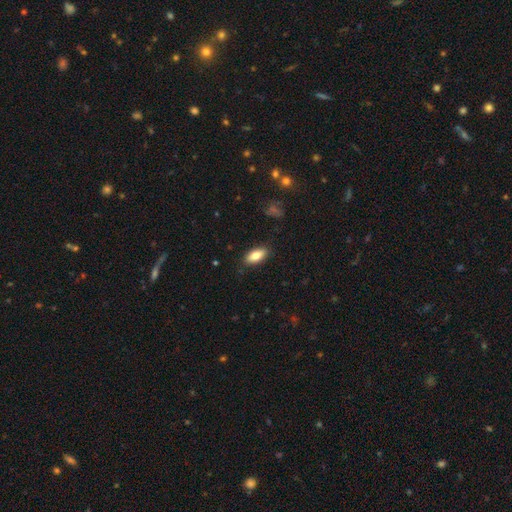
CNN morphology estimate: The model was most divided on "smooth or featured": smooth: 81%, featured or disk: 13%, star or artifact: 7%. More confident: how rounded — in between (88%); merging — none (86%).